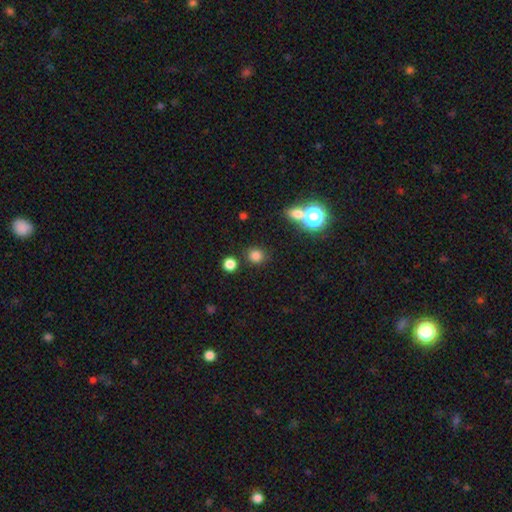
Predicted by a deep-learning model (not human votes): smooth-or-featured: smooth: 80% | star or artifact: 16% | featured or disk: 5%
  how-rounded: round: 86% | in between: 13% | cigar-shaped: 1%
  merging: none: 83% | minor disturbance: 8% | merger: 6% | major disturbance: 3%